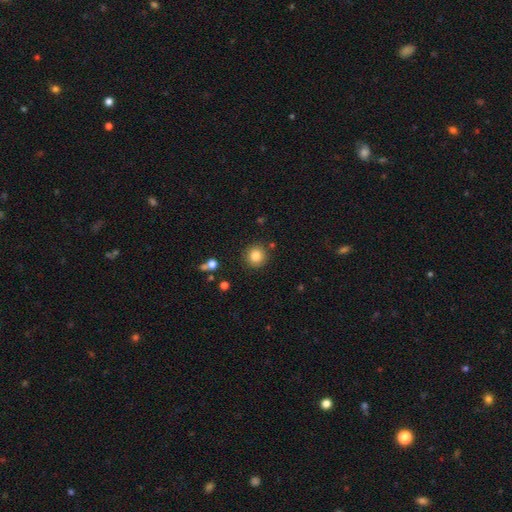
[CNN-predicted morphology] Smooth or featured? smooth (84%)
How rounded? round (92%)
Merging? none (87%)